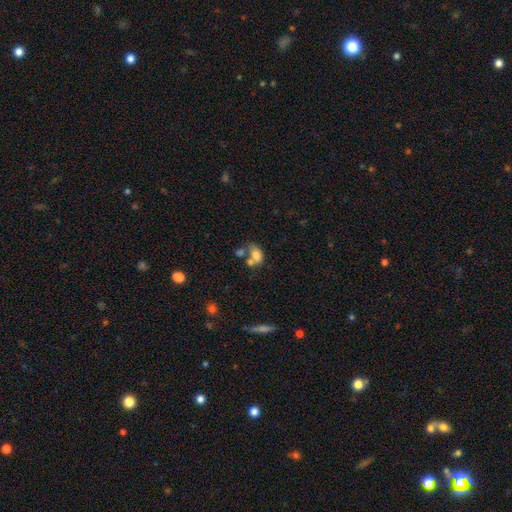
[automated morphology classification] Smooth or featured?
  - smooth: 72% *
  - featured or disk: 18%
  - star or artifact: 10%
How rounded?
  - in between: 80% *
  - round: 18%
  - cigar-shaped: 2%
Merging?
  - merger: 47% *
  - none: 31%
  - minor disturbance: 14%
  - major disturbance: 8%